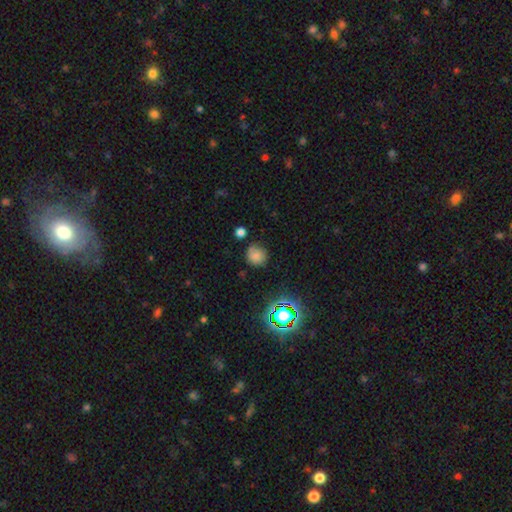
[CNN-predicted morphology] type=smooth (73%); roundness=round (85%); merging=none (72%).